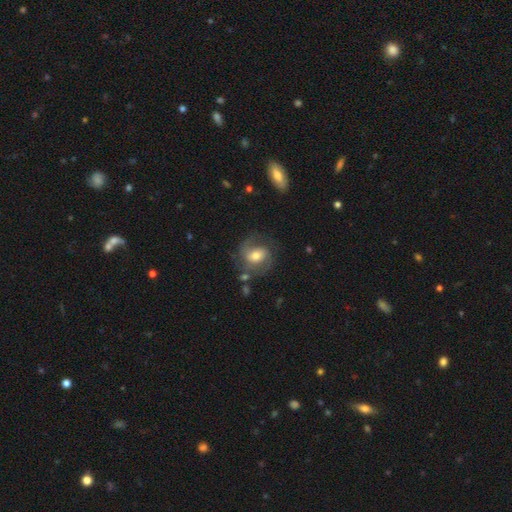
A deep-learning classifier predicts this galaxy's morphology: Q: Smooth or featured?
A: featured or disk (62%); runner-up: smooth (31%)
Q: Edge-on disk?
A: no (97%); runner-up: yes (3%)
Q: Bar?
A: weak (42%); tied with: no (42%)
Q: Spiral arms?
A: yes (85%); runner-up: no (15%)
Q: Spiral winding?
A: medium (48%); runner-up: tight (28%)
Q: Spiral arm count?
A: 2 (71%); runner-up: can't tell (14%)
Q: Bulge size?
A: moderate (63%); runner-up: small (19%)
Q: Merging?
A: none (61%); runner-up: minor disturbance (20%)